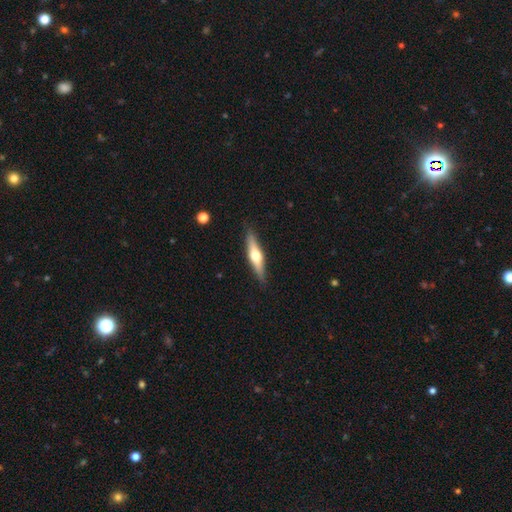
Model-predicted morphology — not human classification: Q: Smooth or featured?
A: featured or disk (59%); runner-up: smooth (36%)
Q: Edge-on disk?
A: yes (95%); runner-up: no (5%)
Q: Edge-on bulge?
A: rounded (94%); runner-up: boxy (3%)
Q: Merging?
A: none (89%); runner-up: minor disturbance (8%)